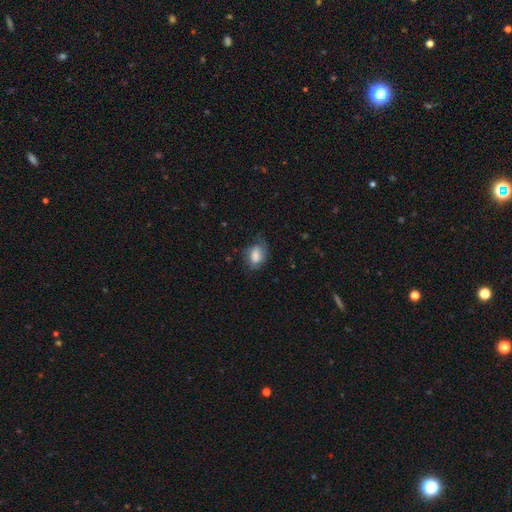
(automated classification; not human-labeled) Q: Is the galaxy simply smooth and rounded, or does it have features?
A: smooth — 78%.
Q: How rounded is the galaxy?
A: in between — 85%.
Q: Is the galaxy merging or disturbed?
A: none — 54%.